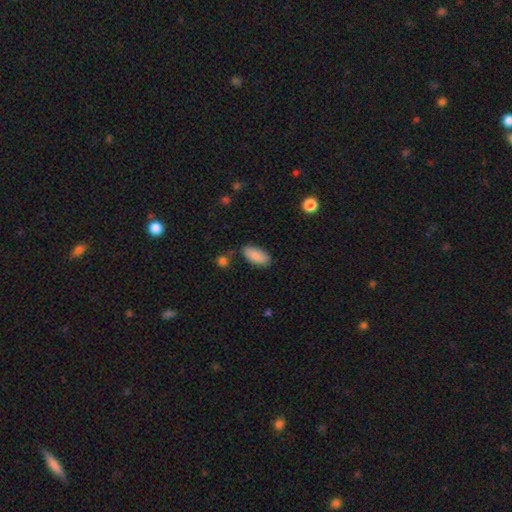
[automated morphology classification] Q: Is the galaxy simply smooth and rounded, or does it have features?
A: smooth — 88%.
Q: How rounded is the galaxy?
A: in between — 91%.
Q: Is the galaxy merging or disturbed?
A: none — 74%.